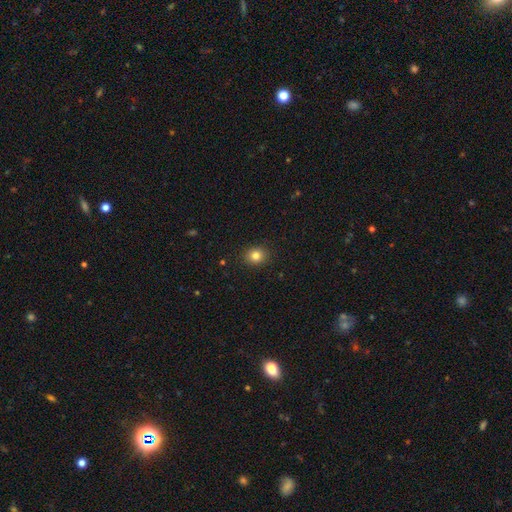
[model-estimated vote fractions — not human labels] This appears to be a smooth galaxy with no disk features (83%) that is round (72%). Merging: none (90%).